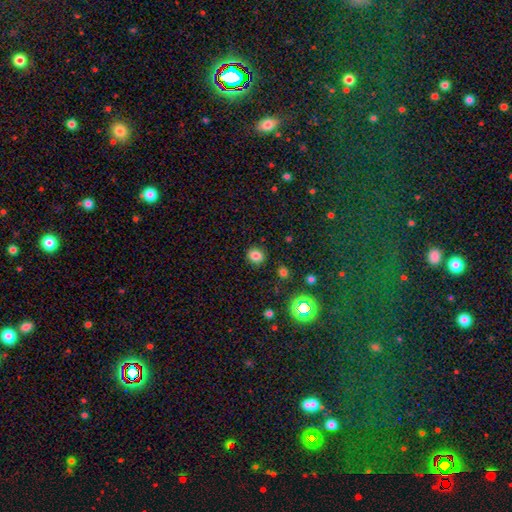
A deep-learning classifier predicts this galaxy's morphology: A smooth galaxy with no disk features (80%) that is round (66%). Merging: none (88%).